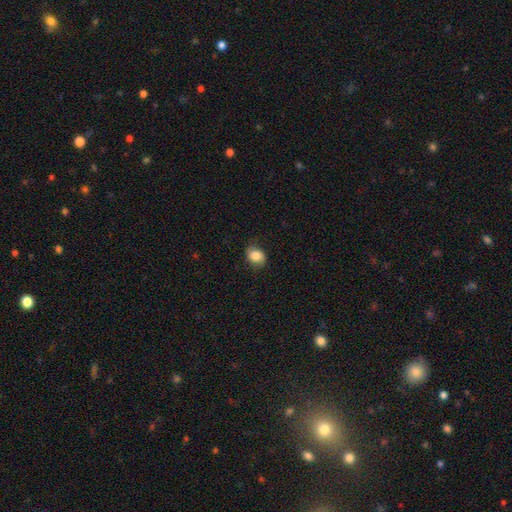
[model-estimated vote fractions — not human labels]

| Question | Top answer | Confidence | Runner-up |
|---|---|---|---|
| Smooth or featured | smooth | 82% | featured or disk (10%) |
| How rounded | in between | 59% | round (40%) |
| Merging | none | 76% | minor disturbance (19%) |